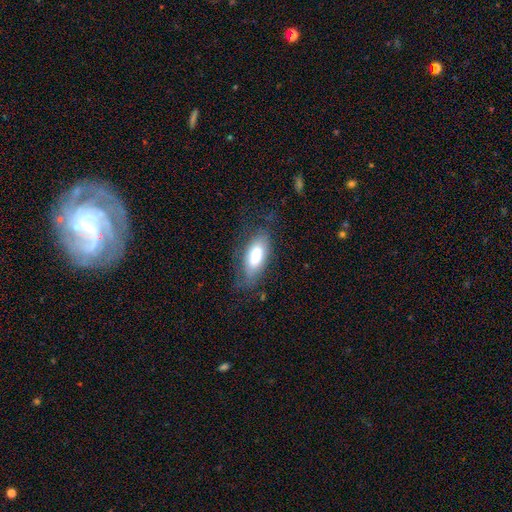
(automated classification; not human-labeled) Morphology: type=smooth (73%); roundness=in between (86%); merging=none (61%).